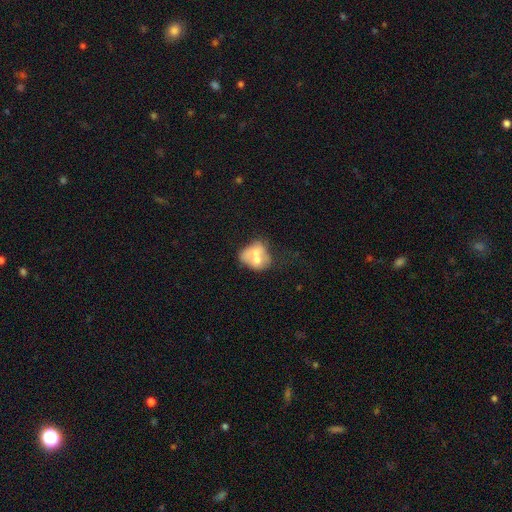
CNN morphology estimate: smooth 53%, featured or disk 39%, star or artifact 8%. Down the decision tree: how rounded — in between (57%); merging — merger (66%).